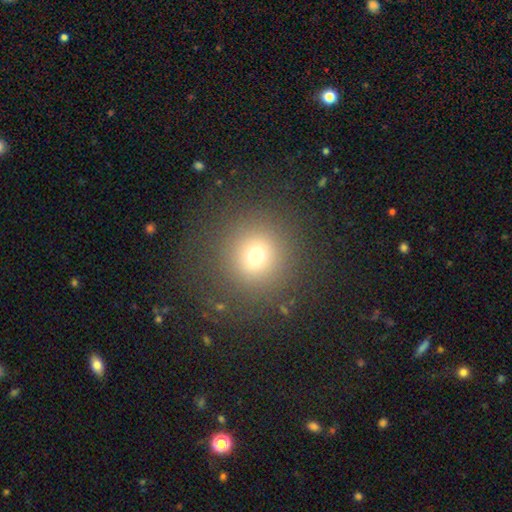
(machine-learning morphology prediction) This appears to be a smooth galaxy with no disk features (70%) that is round (93%). Merging: none (85%).